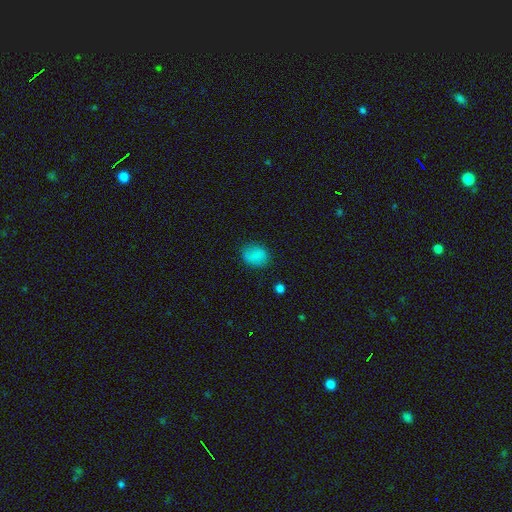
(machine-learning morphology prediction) A smooth galaxy with no disk features (84%) that is in between round and cigar-shaped (54%). Merging: none (81%).